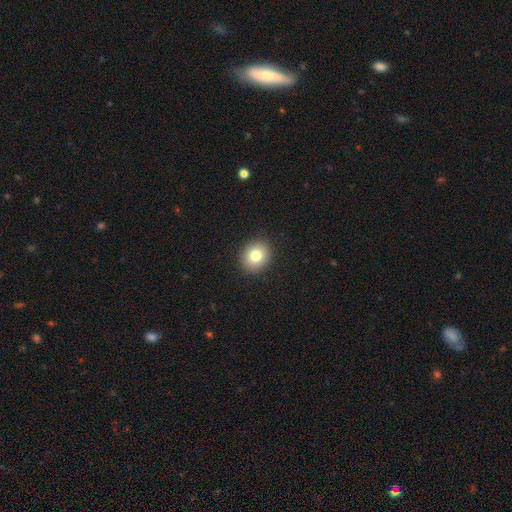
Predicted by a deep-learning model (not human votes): smooth-or-featured: smooth: 79% | featured or disk: 10% | star or artifact: 10%
  how-rounded: round: 74% | in between: 25% | cigar-shaped: 1%
  merging: none: 91% | minor disturbance: 6% | major disturbance: 2% | merger: 1%